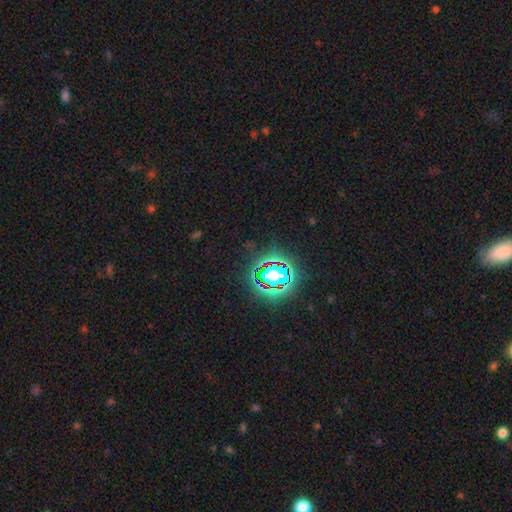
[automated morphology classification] Smooth or featured? Predicted: star or artifact (p=0.77).